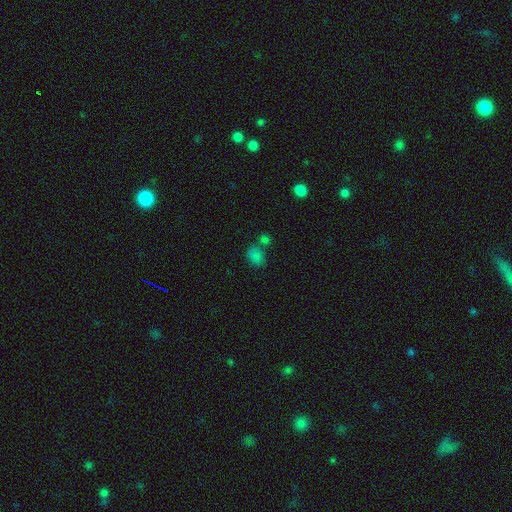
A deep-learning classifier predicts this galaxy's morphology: Smooth or featured? smooth (78%)
How rounded? in between (56%)
Merging? none (51%)